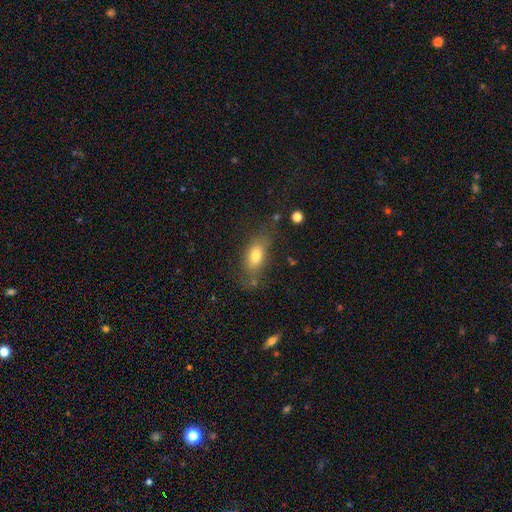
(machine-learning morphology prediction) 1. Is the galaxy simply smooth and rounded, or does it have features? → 74% smooth, 16% featured or disk, 11% star or artifact.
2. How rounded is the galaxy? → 82% in between, 10% cigar-shaped, 9% round.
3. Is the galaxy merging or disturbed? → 68% none, 20% minor disturbance, 8% major disturbance, 4% merger.